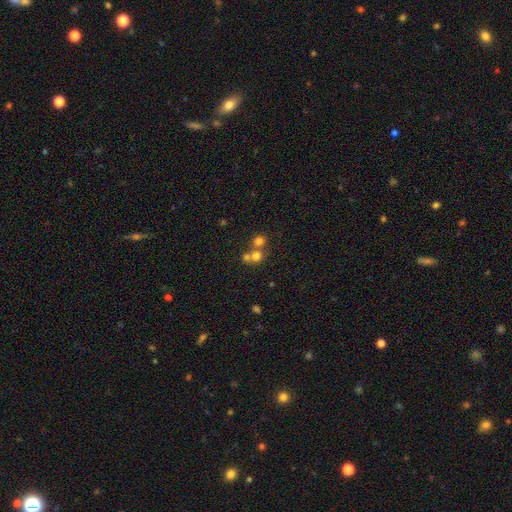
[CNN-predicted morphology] smooth 70%, star or artifact 17%, featured or disk 14%. Down the decision tree: how rounded — round (85%); merging — merger (48%).